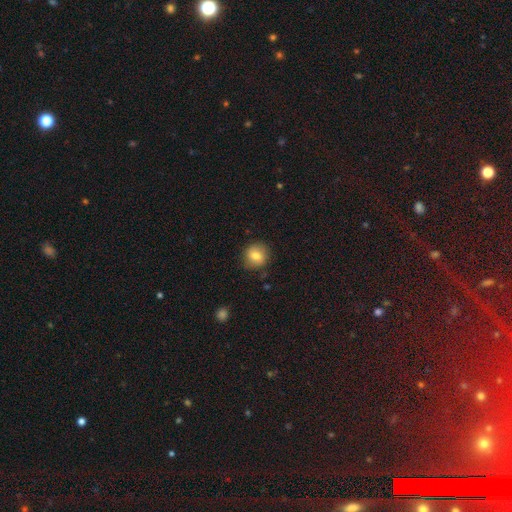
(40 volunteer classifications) A smooth galaxy with no disk features (88%) that is round (91%). Merging: none (79%).